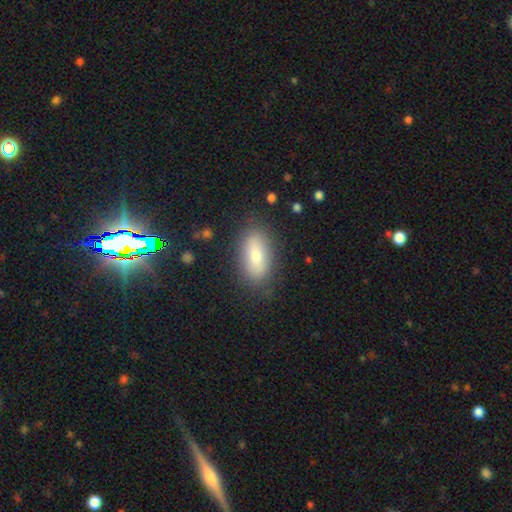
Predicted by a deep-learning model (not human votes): Smooth or featured?
  - smooth: 71% *
  - featured or disk: 20%
  - star or artifact: 9%
How rounded?
  - in between: 84% *
  - cigar-shaped: 12%
  - round: 4%
Merging?
  - none: 84% *
  - minor disturbance: 12%
  - major disturbance: 3%
  - merger: 1%